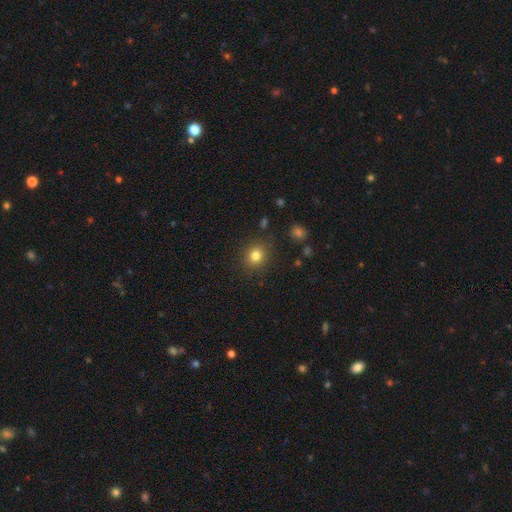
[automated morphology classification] smooth-or-featured: smooth: 81% | star or artifact: 12% | featured or disk: 7%
  how-rounded: round: 80% | in between: 19% | cigar-shaped: 1%
  merging: none: 88% | minor disturbance: 8% | major disturbance: 3% | merger: 2%